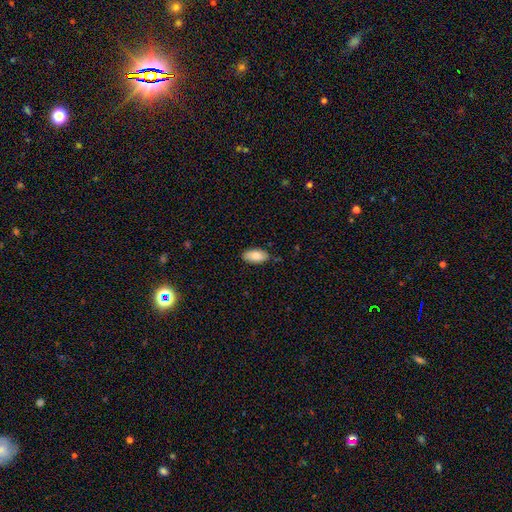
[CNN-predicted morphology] The model was most divided on "merging": none: 76%, minor disturbance: 19%, major disturbance: 3%, merger: 1%. More confident: how rounded — in between (92%); smooth or featured — smooth (83%).